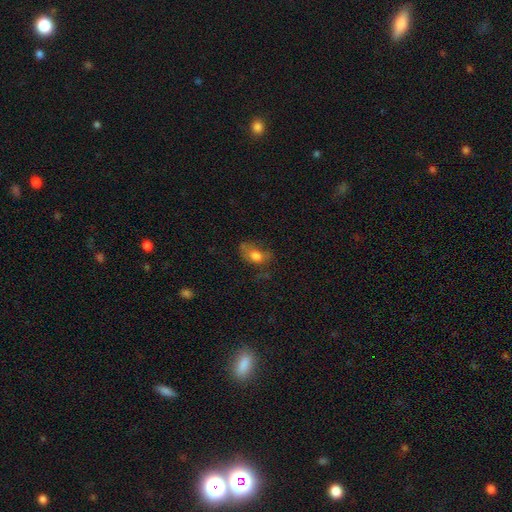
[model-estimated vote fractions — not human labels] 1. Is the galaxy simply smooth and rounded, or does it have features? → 67% smooth, 21% featured or disk, 12% star or artifact.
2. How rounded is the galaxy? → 77% in between, 21% round, 3% cigar-shaped.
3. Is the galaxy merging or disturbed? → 37% none, 30% major disturbance, 29% minor disturbance, 4% merger.